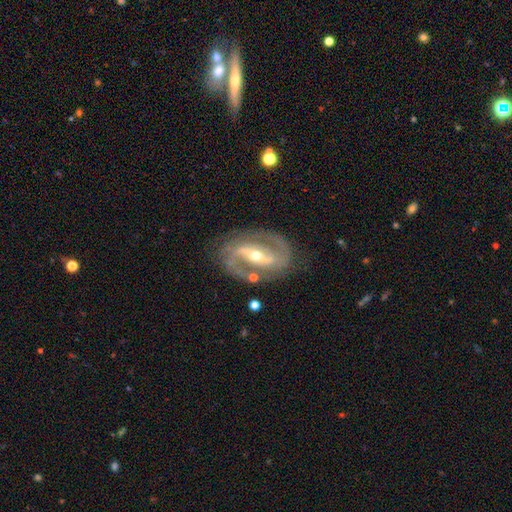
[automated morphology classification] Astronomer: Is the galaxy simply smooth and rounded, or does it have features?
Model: featured or disk — 90%.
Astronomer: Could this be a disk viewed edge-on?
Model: no — 96%.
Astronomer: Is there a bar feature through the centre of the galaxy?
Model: strong — 63%.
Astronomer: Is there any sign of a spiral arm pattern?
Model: yes — 96%.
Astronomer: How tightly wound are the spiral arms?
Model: medium — 51% (runner-up: tight, 32%).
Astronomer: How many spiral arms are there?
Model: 2 — 91%.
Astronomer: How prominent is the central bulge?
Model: small — 51% (runner-up: moderate, 46%).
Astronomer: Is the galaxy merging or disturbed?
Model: none — 80%.